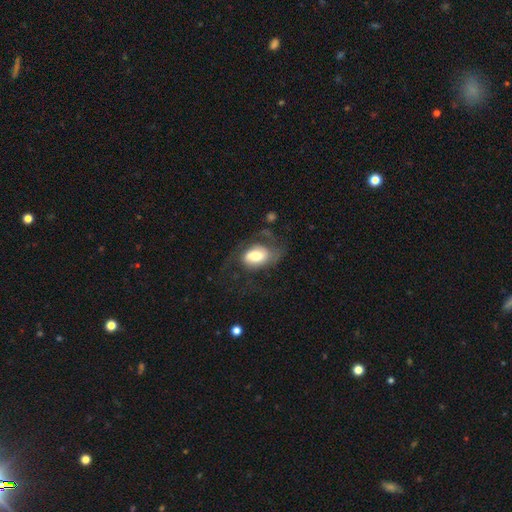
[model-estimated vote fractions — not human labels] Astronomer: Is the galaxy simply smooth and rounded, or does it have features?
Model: featured or disk — 48% (runner-up: smooth, 44%).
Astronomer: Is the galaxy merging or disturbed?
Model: none — 39% (runner-up: major disturbance, 37%).